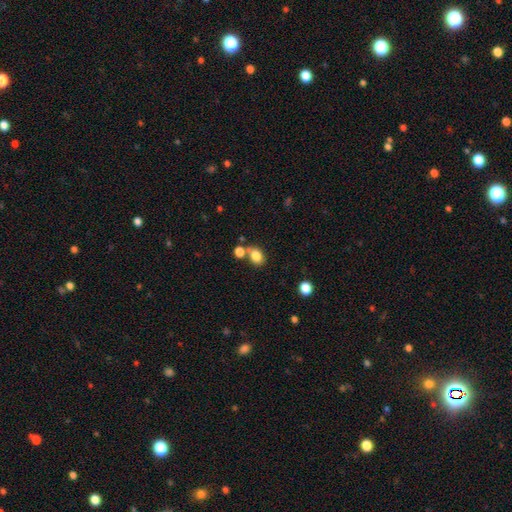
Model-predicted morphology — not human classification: Smooth or featured? Predicted: smooth (p=0.82). How rounded? Predicted: in between (p=0.63). Merging? Predicted: none (p=0.53).